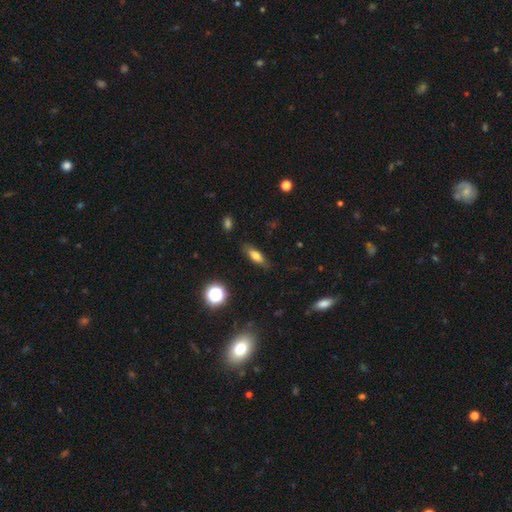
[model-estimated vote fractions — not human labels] Smooth or featured: smooth — 69% (featured or disk — 20%)
How rounded: in between — 58% (cigar-shaped — 36%)
Merging: none — 83% (minor disturbance — 13%)